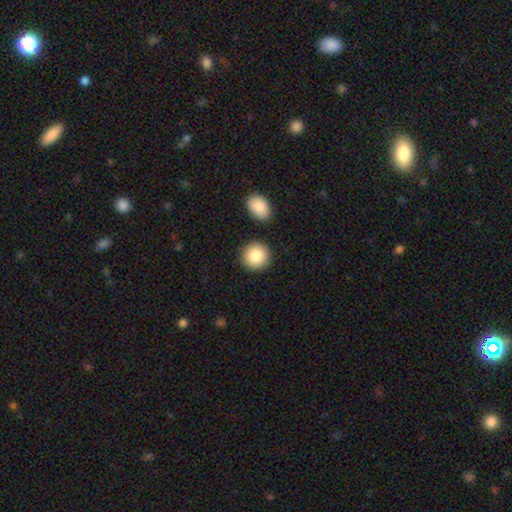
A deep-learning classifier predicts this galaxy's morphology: Overall: smooth (84%). How rounded: round (90%). Merging: none (84%).